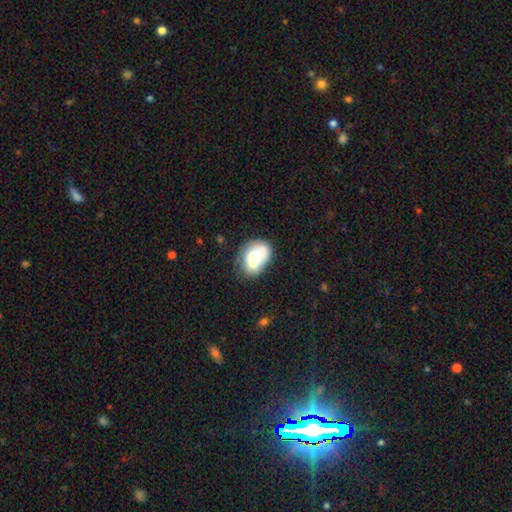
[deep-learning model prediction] Q: Smooth or featured?
A: smooth (70%); runner-up: featured or disk (22%)
Q: How rounded?
A: in between (82%); runner-up: round (17%)
Q: Merging?
A: none (46%); runner-up: minor disturbance (26%)